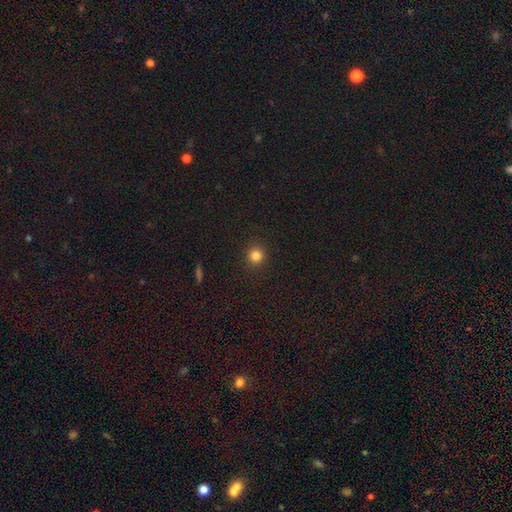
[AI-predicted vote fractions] Morphology: type=smooth (83%); roundness=round (93%); merging=none (92%).